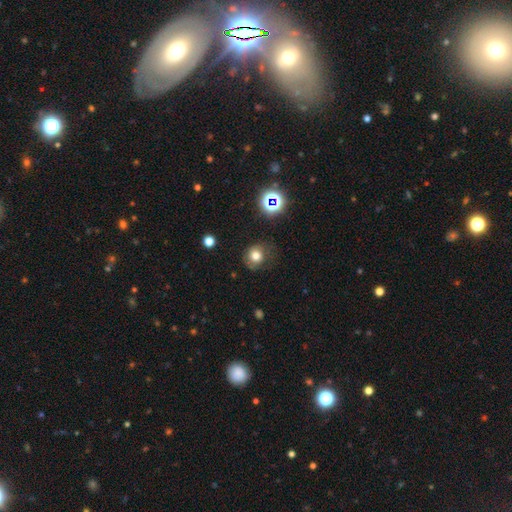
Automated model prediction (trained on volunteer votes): A smooth galaxy with no disk features (72%) that is round (79%).

Vote fractions:
- Smooth or featured? smooth: 72% / star or artifact: 16% / featured or disk: 12%
- How rounded? round: 79% / in between: 20% / cigar-shaped: 1%
- Merging? none: 67% / minor disturbance: 21% / major disturbance: 10% / merger: 2%